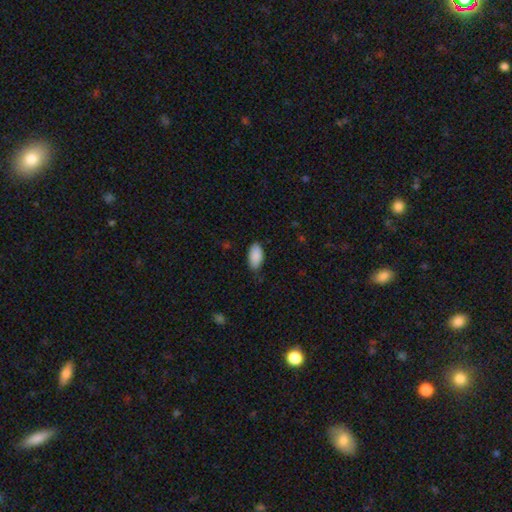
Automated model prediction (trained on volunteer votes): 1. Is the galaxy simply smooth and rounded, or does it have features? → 90% smooth, 6% star or artifact, 4% featured or disk.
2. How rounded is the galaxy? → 95% in between, 3% round, 3% cigar-shaped.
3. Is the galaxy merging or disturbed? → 75% none, 20% minor disturbance, 3% major disturbance, 1% merger.